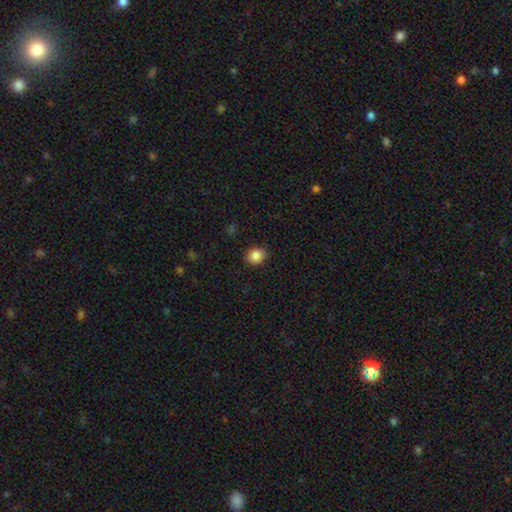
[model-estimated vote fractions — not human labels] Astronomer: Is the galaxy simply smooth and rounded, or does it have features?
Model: smooth — 87%.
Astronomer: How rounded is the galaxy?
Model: round — 64%.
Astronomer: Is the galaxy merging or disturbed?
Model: none — 89%.